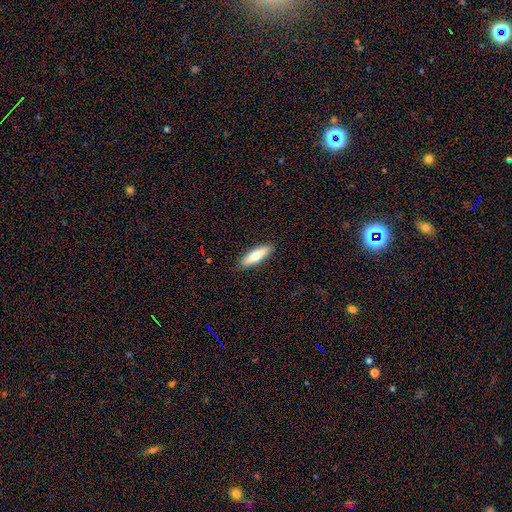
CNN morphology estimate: smooth_or_featured: smooth (p=0.70) [alt: featured or disk p=0.25]
how_rounded: cigar-shaped (p=0.63) [alt: in between p=0.35]
merging: none (p=0.89) [alt: minor disturbance p=0.08]